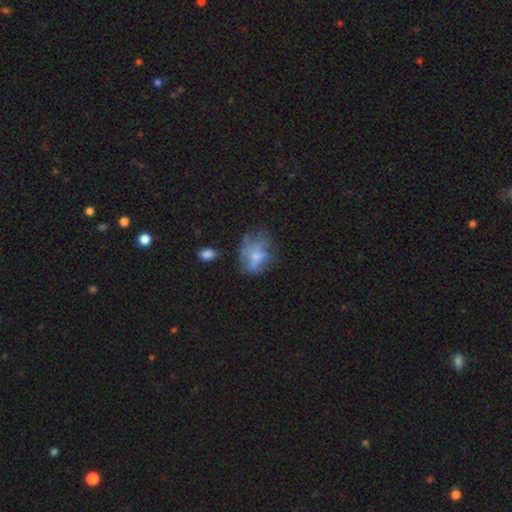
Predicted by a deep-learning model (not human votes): A smooth galaxy with no disk features (49%). Merging: none (42%).